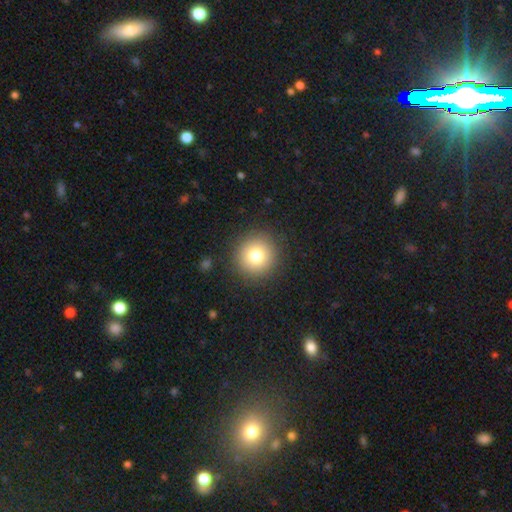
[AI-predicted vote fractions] Smooth or featured: smooth — 77% (star or artifact — 12%)
How rounded: round — 95% (in between — 4%)
Merging: none — 90% (minor disturbance — 6%)